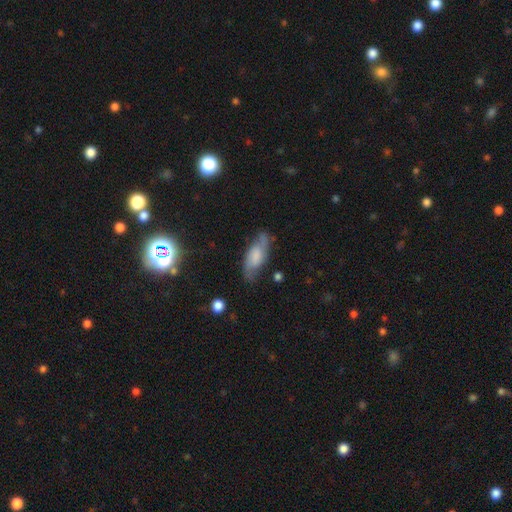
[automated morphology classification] A featured or disk galaxy (51%).

Vote fractions:
- Smooth or featured? featured or disk: 51% / smooth: 41% / star or artifact: 8%
- Edge-on disk? no: 84% / yes: 16%
- Merging? none: 67% / minor disturbance: 23% / major disturbance: 8% / merger: 2%